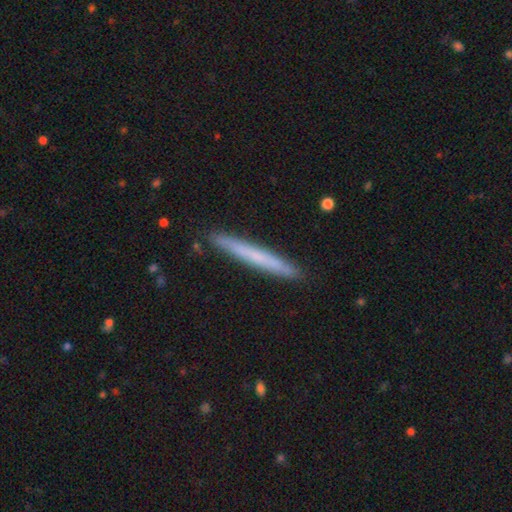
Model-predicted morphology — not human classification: This is possibly a smooth galaxy (58%). How rounded: clearly cigar-shaped (97%). Merging: clearly none (90%).